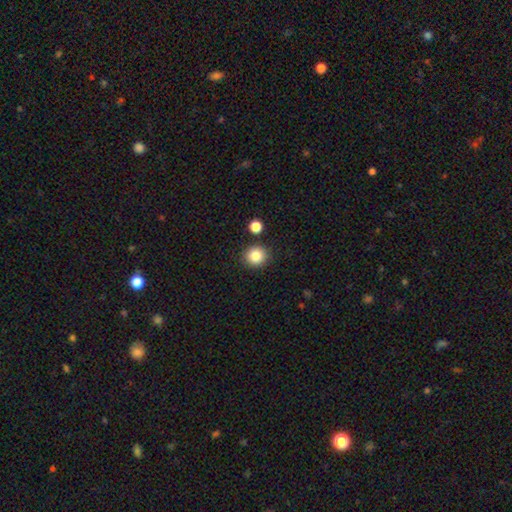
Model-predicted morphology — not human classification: This is clearly a smooth galaxy (85%). How rounded: clearly round (89%). Merging: clearly none (87%).